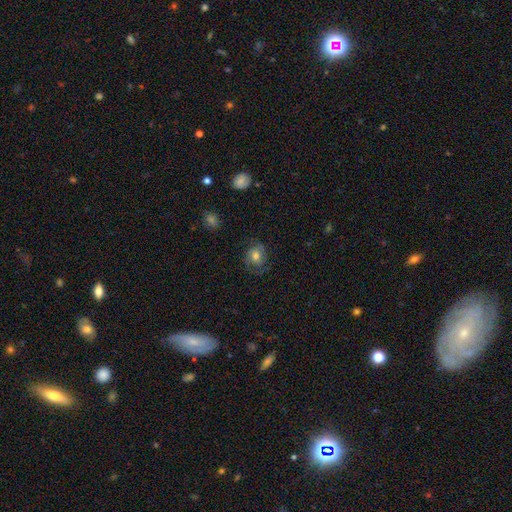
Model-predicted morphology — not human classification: A smooth galaxy with no disk features (47%).

Vote fractions:
- Smooth or featured? smooth: 47% / featured or disk: 42% / star or artifact: 10%
- Merging? none: 68% / minor disturbance: 19% / major disturbance: 11% / merger: 1%